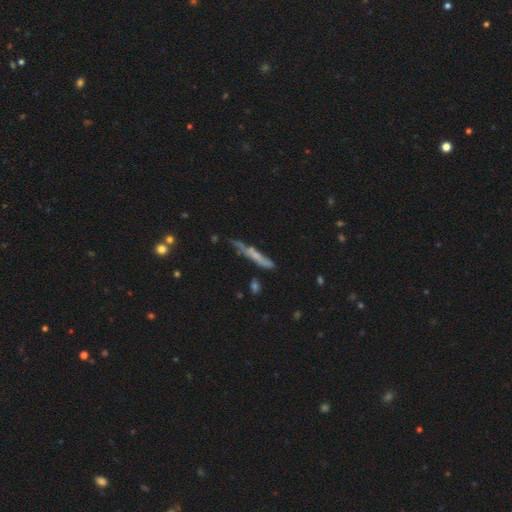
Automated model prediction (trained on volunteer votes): smooth 46%, featured or disk 44%, star or artifact 10%. Down the decision tree: merging — none (57%).